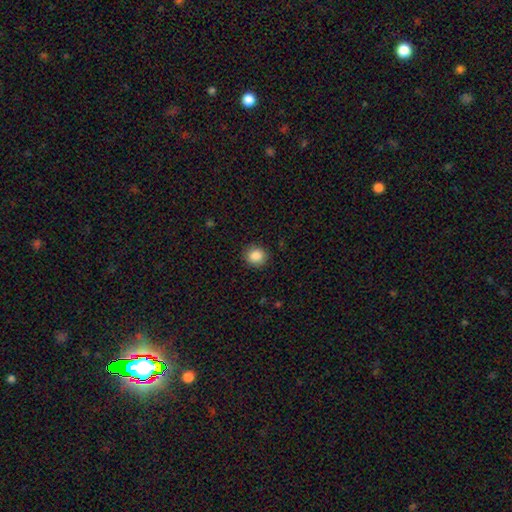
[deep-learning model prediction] This is clearly a smooth galaxy (87%). How rounded: clearly round (87%). Merging: clearly none (90%).